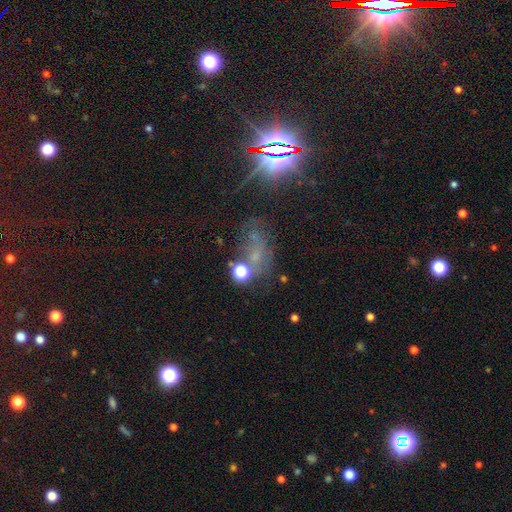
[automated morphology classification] smooth_or_featured: star or artifact (p=0.49) [alt: smooth p=0.26]